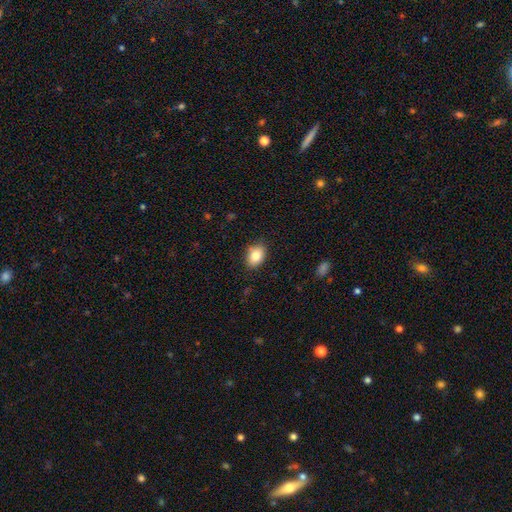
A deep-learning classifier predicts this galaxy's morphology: A smooth galaxy with no disk features (83%) that is in between round and cigar-shaped (77%). Merging: none (85%).